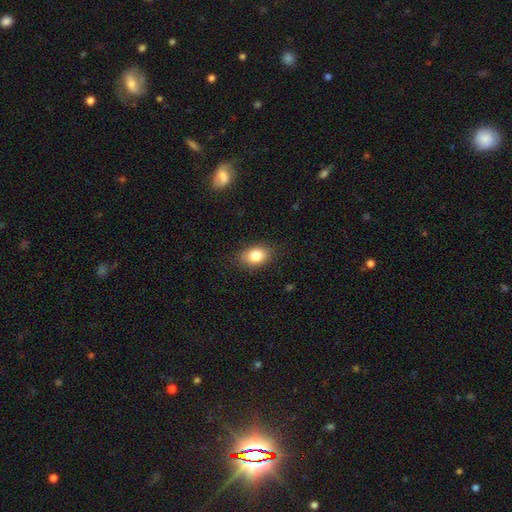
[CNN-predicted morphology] Q: Smooth or featured?
A: smooth (83%); runner-up: star or artifact (9%)
Q: How rounded?
A: in between (81%); runner-up: round (18%)
Q: Merging?
A: none (84%); runner-up: minor disturbance (12%)